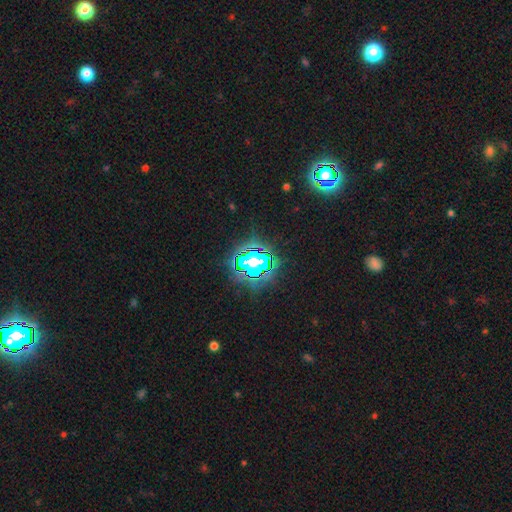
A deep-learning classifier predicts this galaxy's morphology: smooth_or_featured: star or artifact (p=0.69) [alt: smooth p=0.17]